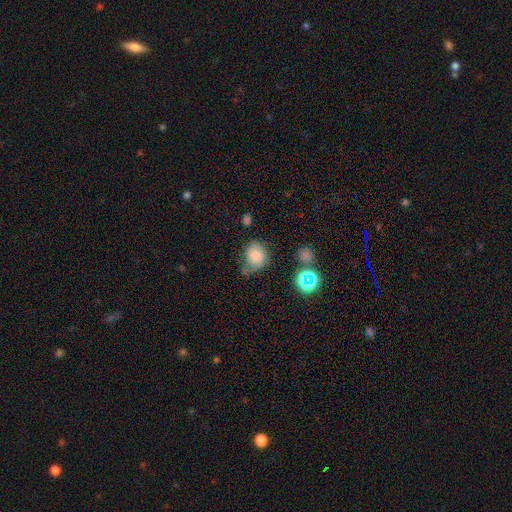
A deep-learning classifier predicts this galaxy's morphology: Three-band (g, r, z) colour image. It shows a smooth galaxy with no disk features (76%) that is round (63%). Merging: none (52%).